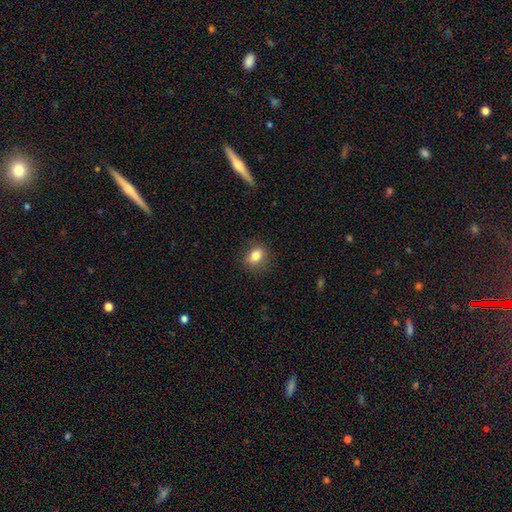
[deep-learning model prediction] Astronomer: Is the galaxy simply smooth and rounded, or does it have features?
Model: smooth — 82%.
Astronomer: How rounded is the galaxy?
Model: in between — 55% (runner-up: round, 44%).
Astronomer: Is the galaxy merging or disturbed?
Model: none — 84%.